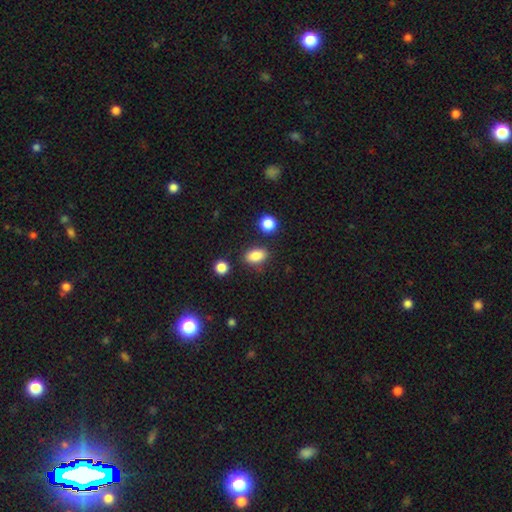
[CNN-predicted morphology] A smooth galaxy with no disk features (86%) that is in between round and cigar-shaped (85%).

Vote fractions:
- Smooth or featured? smooth: 86% / star or artifact: 9% / featured or disk: 5%
- How rounded? in between: 85% / round: 13% / cigar-shaped: 2%
- Merging? none: 83% / minor disturbance: 10% / merger: 4% / major disturbance: 3%